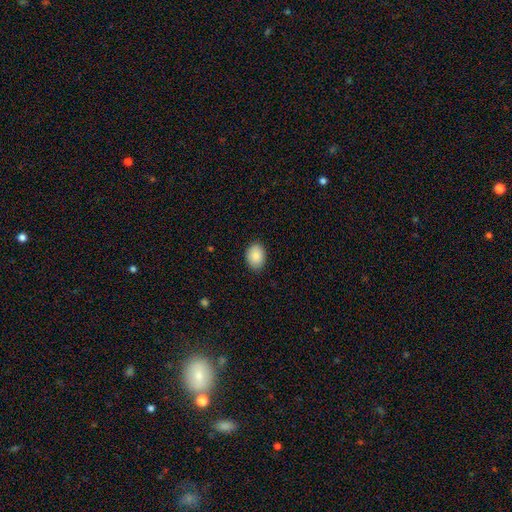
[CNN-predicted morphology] smooth_or_featured: smooth (p=0.87) [alt: star or artifact p=0.07]
how_rounded: in between (p=0.77) [alt: round p=0.22]
merging: none (p=0.88) [alt: minor disturbance p=0.09]